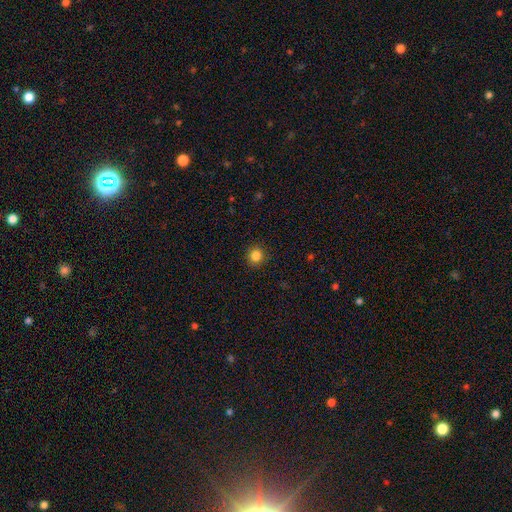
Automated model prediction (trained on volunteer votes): smooth-or-featured: smooth: 84% | star or artifact: 12% | featured or disk: 4%
  how-rounded: round: 91% | in between: 8% | cigar-shaped: 1%
  merging: none: 91% | minor disturbance: 6% | major disturbance: 2% | merger: 1%